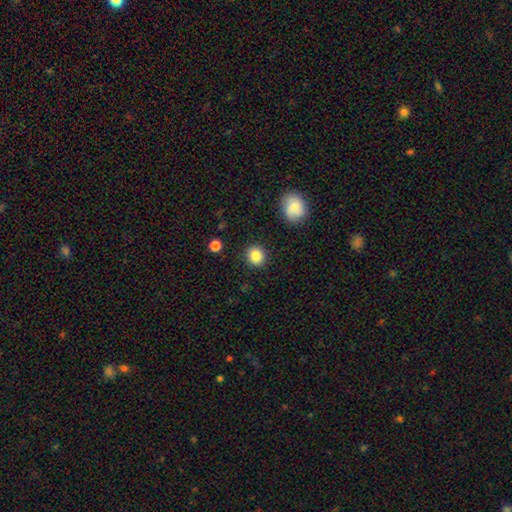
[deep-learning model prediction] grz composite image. It shows a smooth galaxy with no disk features (85%) that is round (82%). Merging: none (90%).